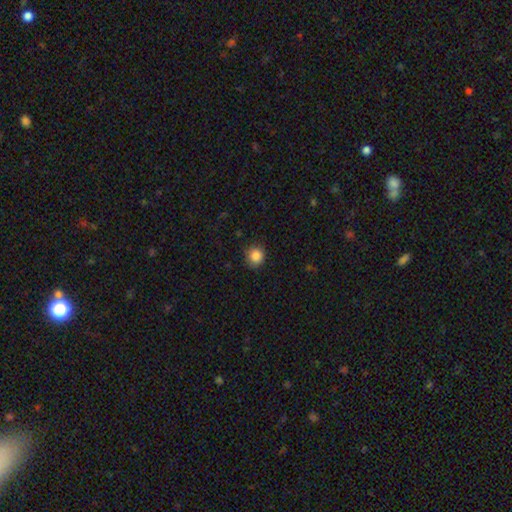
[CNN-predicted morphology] smooth-or-featured: smooth: 86% | star or artifact: 10% | featured or disk: 4%
  how-rounded: round: 88% | in between: 11% | cigar-shaped: 1%
  merging: none: 85% | minor disturbance: 12% | major disturbance: 2% | merger: 1%